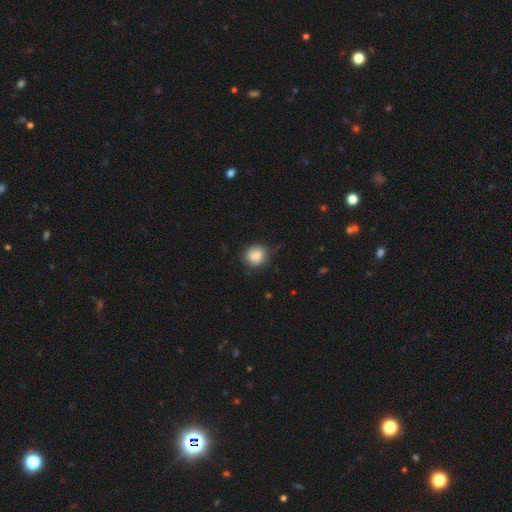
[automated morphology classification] Q: Smooth or featured?
A: smooth (85%); runner-up: star or artifact (8%)
Q: How rounded?
A: round (87%); runner-up: in between (12%)
Q: Merging?
A: none (75%); runner-up: minor disturbance (19%)